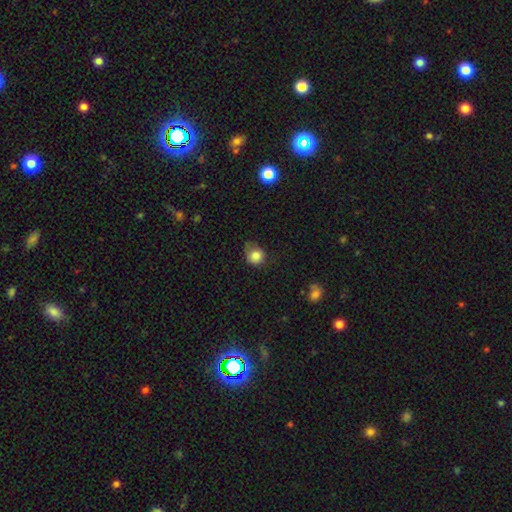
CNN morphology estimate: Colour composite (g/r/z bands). It shows a smooth galaxy with no disk features (82%) that is round (79%). Merging: none (50%).